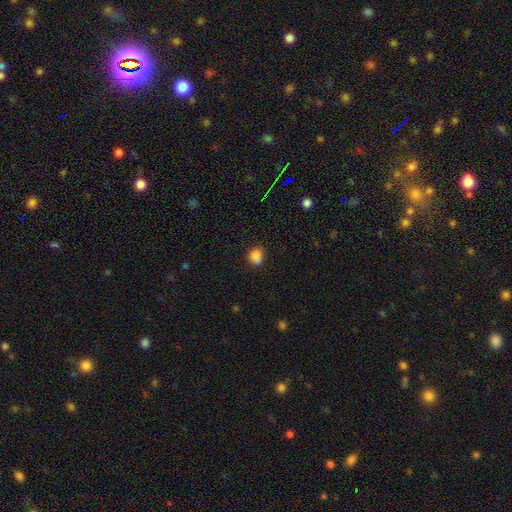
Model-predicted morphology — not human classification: smooth 81%, star or artifact 11%, featured or disk 8%. Down the decision tree: how rounded — round (61%); merging — none (55%).